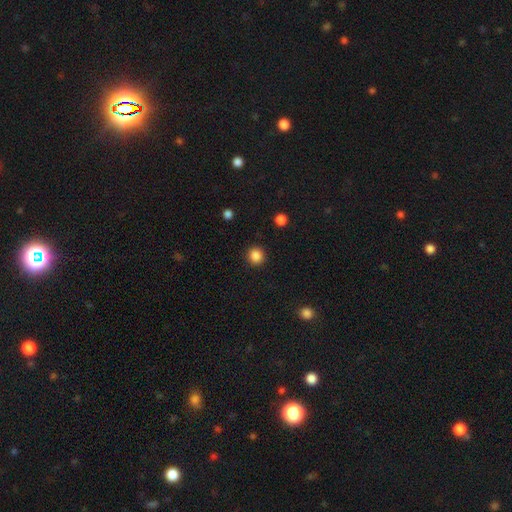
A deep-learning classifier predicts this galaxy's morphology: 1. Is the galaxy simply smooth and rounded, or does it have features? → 86% smooth, 11% star or artifact, 3% featured or disk.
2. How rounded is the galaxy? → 92% round, 7% in between, 1% cigar-shaped.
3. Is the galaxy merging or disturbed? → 92% none, 5% minor disturbance, 2% major disturbance, 1% merger.